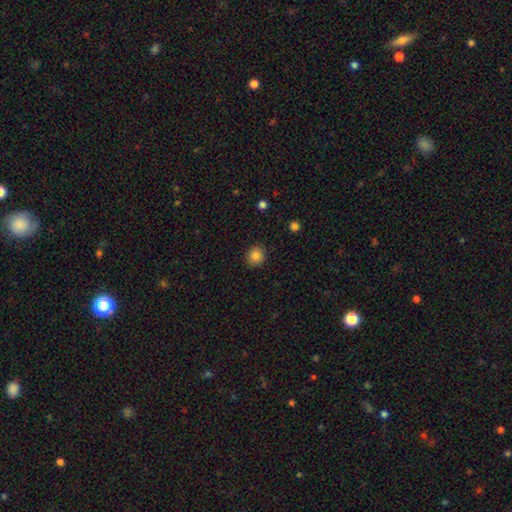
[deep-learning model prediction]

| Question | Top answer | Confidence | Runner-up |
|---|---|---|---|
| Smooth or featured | smooth | 85% | star or artifact (10%) |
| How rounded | round | 86% | in between (14%) |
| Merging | none | 90% | minor disturbance (7%) |